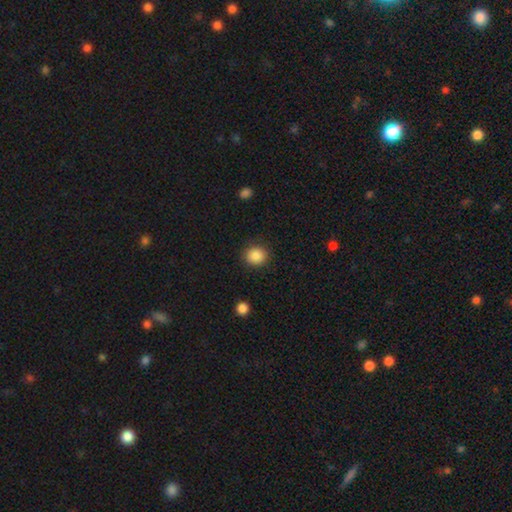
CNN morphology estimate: Smooth or featured?
  - smooth: 87% *
  - star or artifact: 9%
  - featured or disk: 4%
How rounded?
  - round: 82% *
  - in between: 17%
  - cigar-shaped: 1%
Merging?
  - none: 88% *
  - minor disturbance: 8%
  - major disturbance: 3%
  - merger: 1%